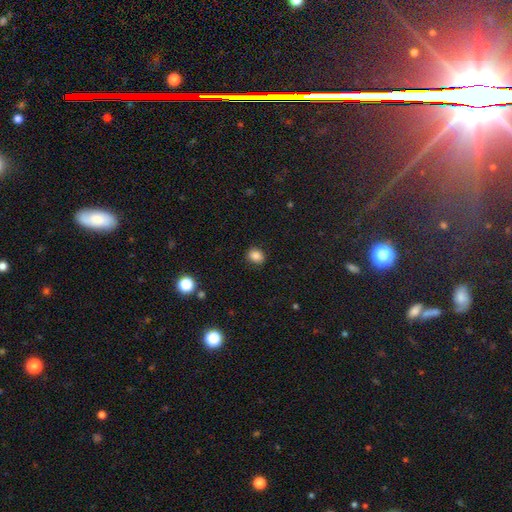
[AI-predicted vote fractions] Smooth or featured?
  - smooth: 85% *
  - star or artifact: 11%
  - featured or disk: 4%
How rounded?
  - round: 61% *
  - in between: 38%
  - cigar-shaped: 1%
Merging?
  - none: 89% *
  - minor disturbance: 8%
  - major disturbance: 2%
  - merger: 1%